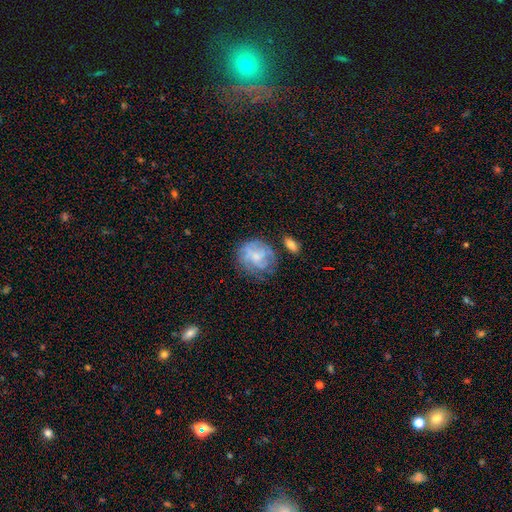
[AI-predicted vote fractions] smooth-or-featured: featured or disk: 51% | smooth: 39% | star or artifact: 10%
  disk-edge-on: no: 97% | yes: 3%
  merging: none: 53% | minor disturbance: 25% | major disturbance: 17% | merger: 5%